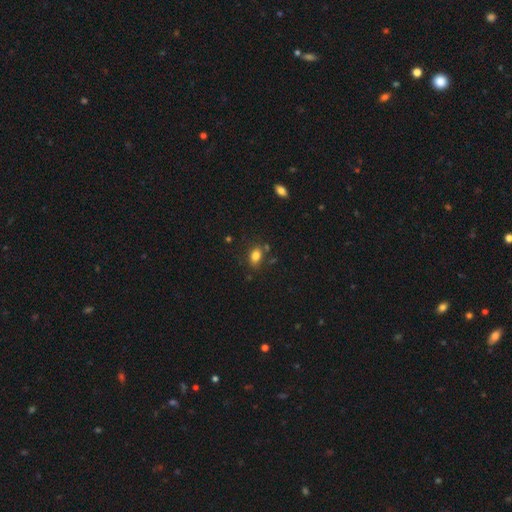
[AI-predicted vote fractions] smooth_or_featured: smooth (p=0.81) [alt: star or artifact p=0.11]
how_rounded: in between (p=0.79) [alt: round p=0.19]
merging: none (p=0.76) [alt: minor disturbance p=0.14]